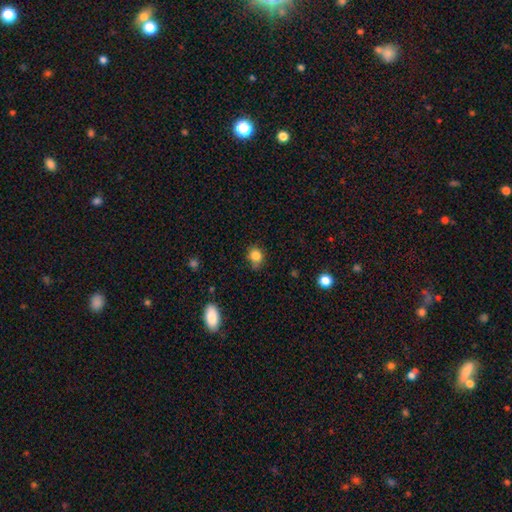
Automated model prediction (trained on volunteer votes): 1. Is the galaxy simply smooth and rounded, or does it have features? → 83% smooth, 11% star or artifact, 6% featured or disk.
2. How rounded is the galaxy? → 71% round, 28% in between, 1% cigar-shaped.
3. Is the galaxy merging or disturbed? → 67% none, 24% minor disturbance, 5% major disturbance, 5% merger.